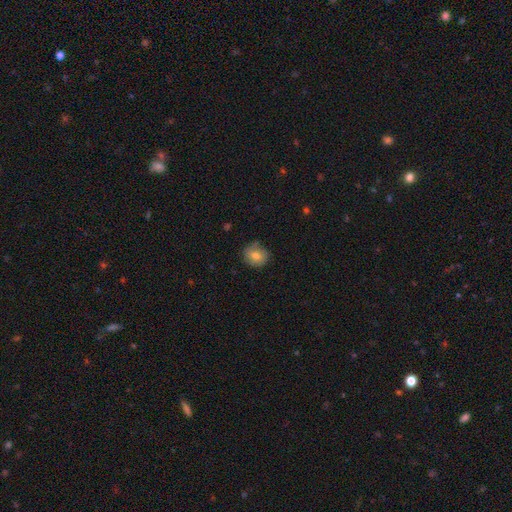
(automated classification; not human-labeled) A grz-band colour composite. It shows a smooth galaxy with no disk features (74%) that is round (83%). Merging: none (76%).